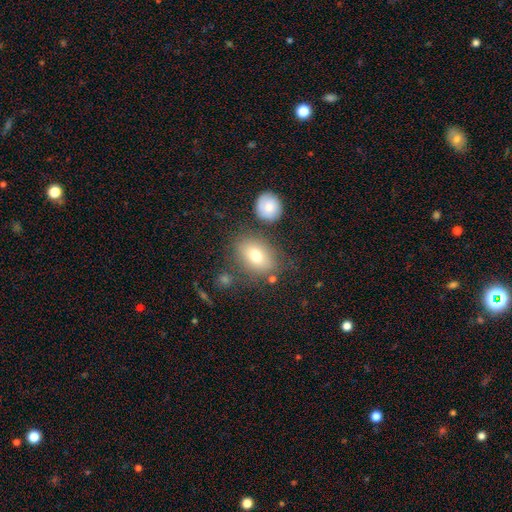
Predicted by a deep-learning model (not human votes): Overall: smooth (74%). How rounded: in between (75%). Merging: none (73%).